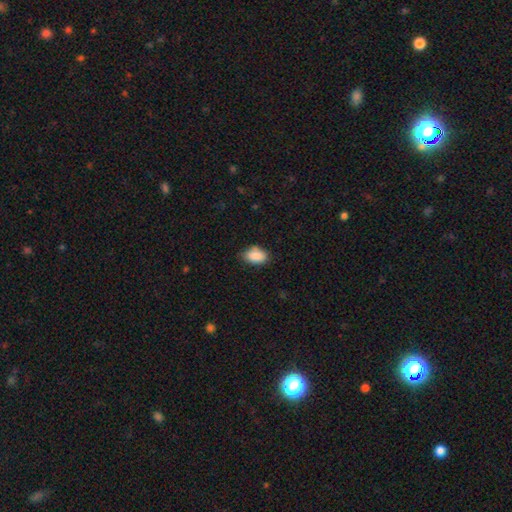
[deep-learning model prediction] Smooth or featured: smooth — 87% (star or artifact — 8%)
How rounded: in between — 90% (round — 8%)
Merging: none — 70% (minor disturbance — 23%)